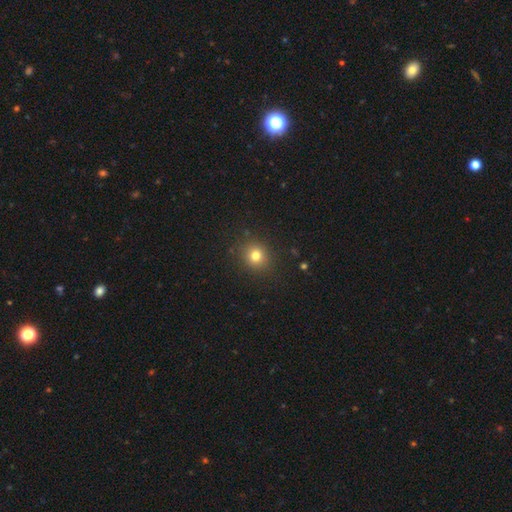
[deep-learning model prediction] Morphology: type=smooth (78%); roundness=round (86%); merging=none (89%).